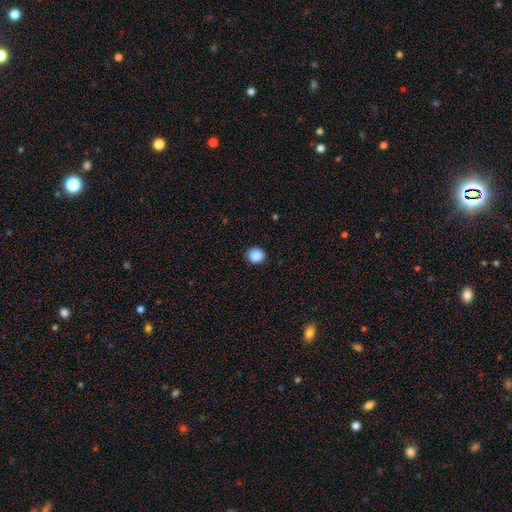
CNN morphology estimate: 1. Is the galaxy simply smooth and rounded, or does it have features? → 88% smooth, 9% star or artifact, 3% featured or disk.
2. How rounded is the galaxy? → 87% round, 12% in between, 1% cigar-shaped.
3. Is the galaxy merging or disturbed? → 90% none, 7% minor disturbance, 2% major disturbance, 1% merger.